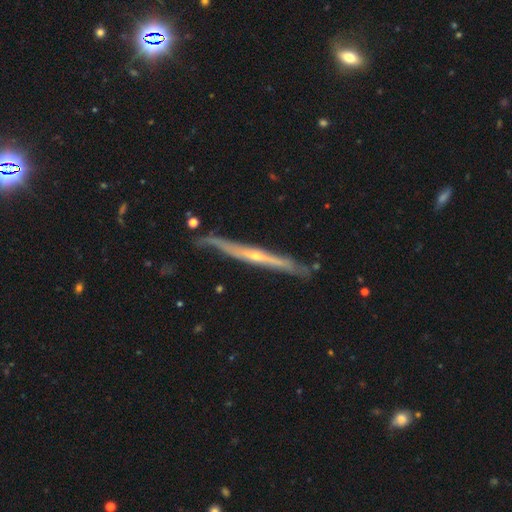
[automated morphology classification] A featured or disk galaxy (80%) viewed edge-on (95%) with a rounded central bulge (63%).

Vote fractions:
- Smooth or featured? featured or disk: 80% / smooth: 15% / star or artifact: 6%
- Edge-on disk? yes: 95% / no: 5%
- Edge-on bulge? rounded: 63% / none: 33% / boxy: 3%
- Merging? none: 77% / minor disturbance: 18% / major disturbance: 3% / merger: 3%